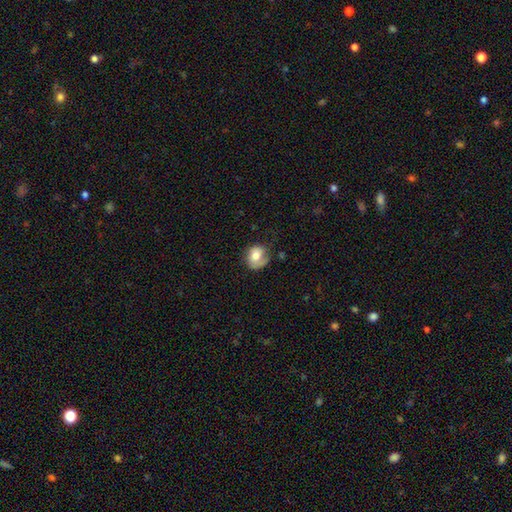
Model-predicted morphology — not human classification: Q: Smooth or featured?
A: smooth (61%); runner-up: featured or disk (32%)
Q: How rounded?
A: round (63%); runner-up: in between (36%)
Q: Merging?
A: none (50%); runner-up: minor disturbance (29%)